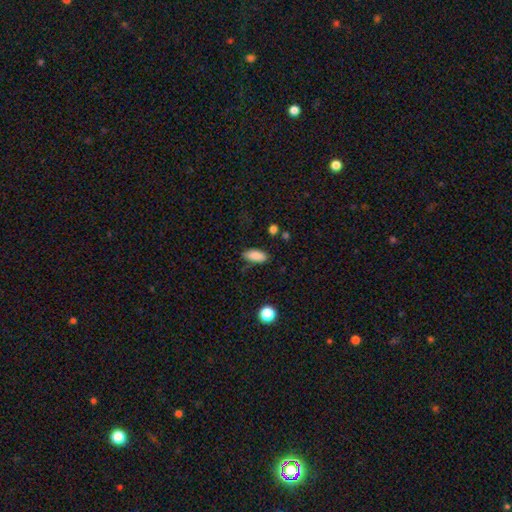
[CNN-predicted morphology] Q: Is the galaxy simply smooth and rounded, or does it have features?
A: smooth — 86%.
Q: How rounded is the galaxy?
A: in between — 85%.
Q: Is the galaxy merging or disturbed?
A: none — 78%.